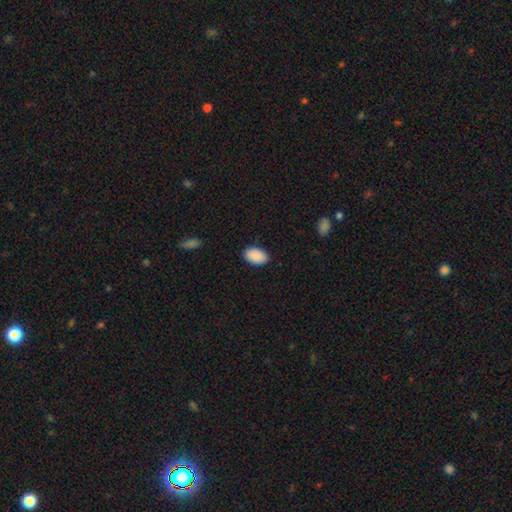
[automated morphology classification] The model was most divided on "merging": none: 87%, minor disturbance: 9%, major disturbance: 2%, merger: 1%. More confident: how rounded — in between (92%); smooth or featured — smooth (91%).